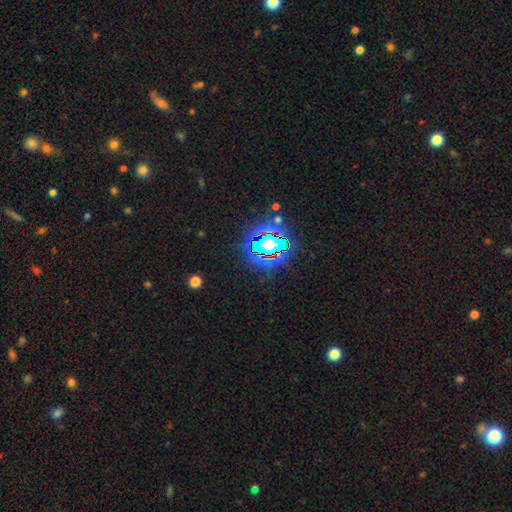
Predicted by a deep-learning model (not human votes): Smooth or featured? star or artifact (83%)